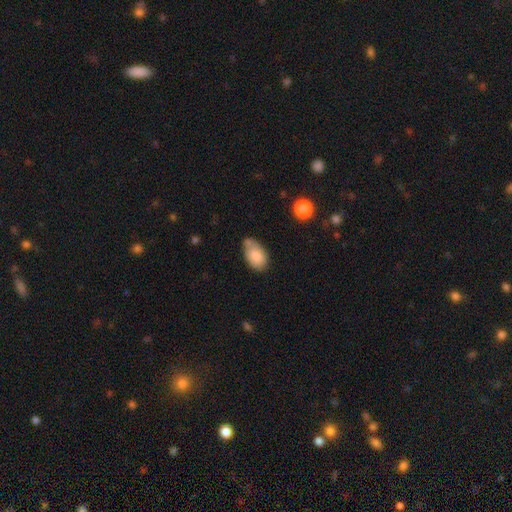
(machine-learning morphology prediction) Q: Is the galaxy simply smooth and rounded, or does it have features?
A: smooth — 79%.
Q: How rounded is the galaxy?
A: in between — 92%.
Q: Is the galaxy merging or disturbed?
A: none — 53%.